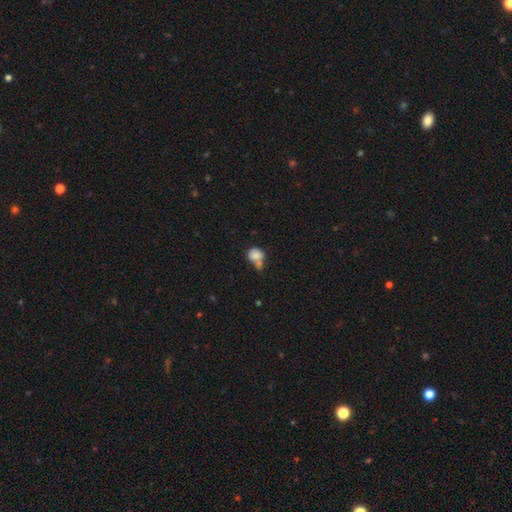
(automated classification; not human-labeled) The model was most divided on "merging": merger: 46%, none: 31%, minor disturbance: 15%, major disturbance: 7%. More confident: smooth or featured — smooth (81%); how rounded — round (62%).